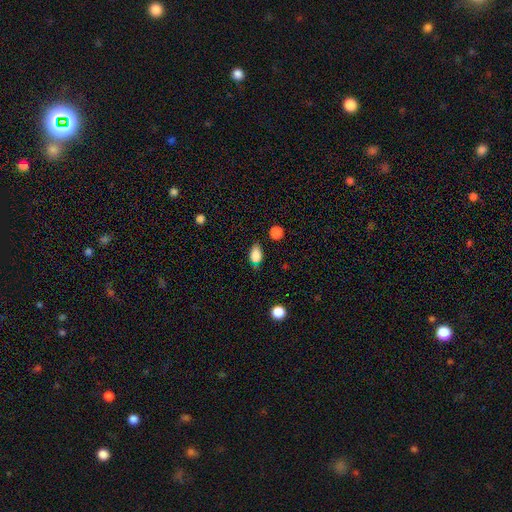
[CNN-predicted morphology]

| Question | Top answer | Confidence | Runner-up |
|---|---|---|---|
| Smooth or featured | smooth | 85% | star or artifact (9%) |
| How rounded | in between | 82% | round (16%) |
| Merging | none | 65% | minor disturbance (27%) |